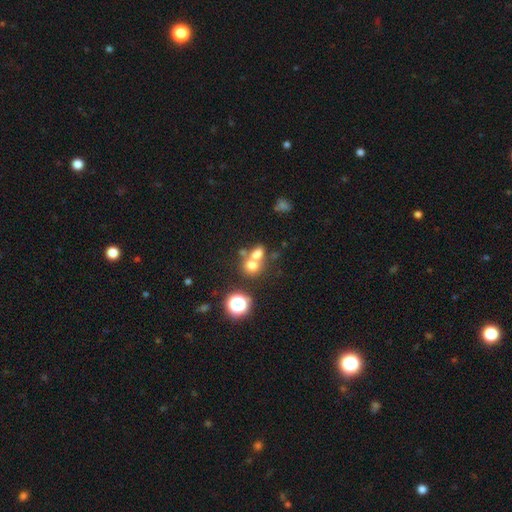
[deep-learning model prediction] Overall: smooth (67%). How rounded: round (66%; in between 32%). Merging: merger (53%; none 36%).